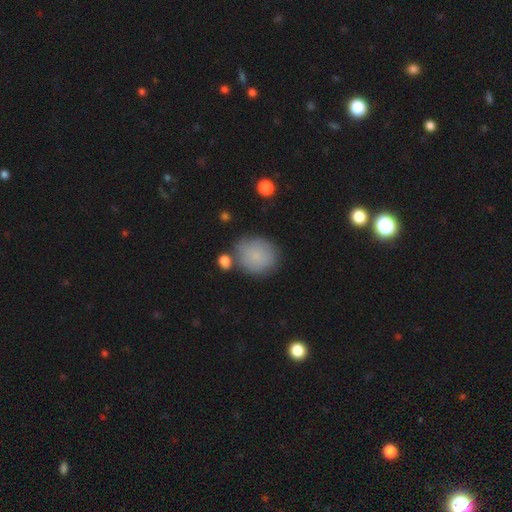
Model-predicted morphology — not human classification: The model was most divided on "how rounded": round: 77%, in between: 22%, cigar-shaped: 1%. More confident: smooth or featured — smooth (81%); merging — none (73%).